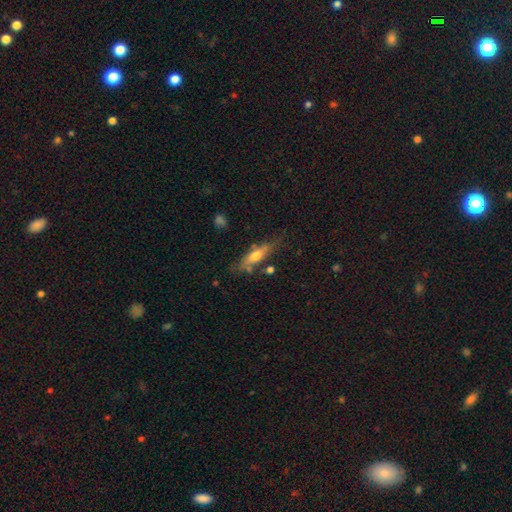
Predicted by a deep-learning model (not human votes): smooth 51%, featured or disk 42%, star or artifact 7%. Down the decision tree: how rounded — cigar-shaped (64%); merging — none (65%).